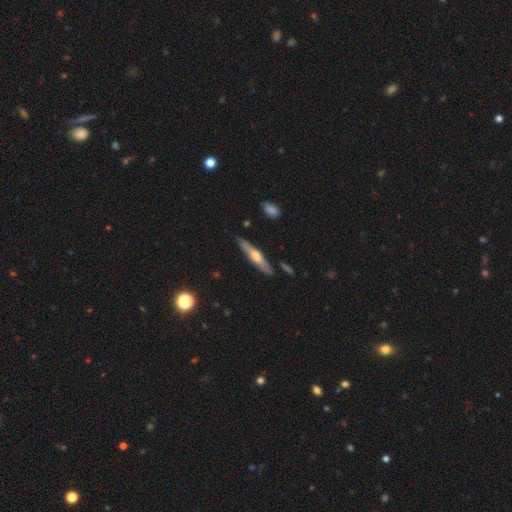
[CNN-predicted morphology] smooth-or-featured: featured or disk: 59% | smooth: 35% | star or artifact: 6%
  disk-edge-on: yes: 91% | no: 9%
    edge-on-bulge: rounded: 85% | none: 8% | boxy: 7%
  merging: none: 86% | minor disturbance: 10% | major disturbance: 2% | merger: 2%